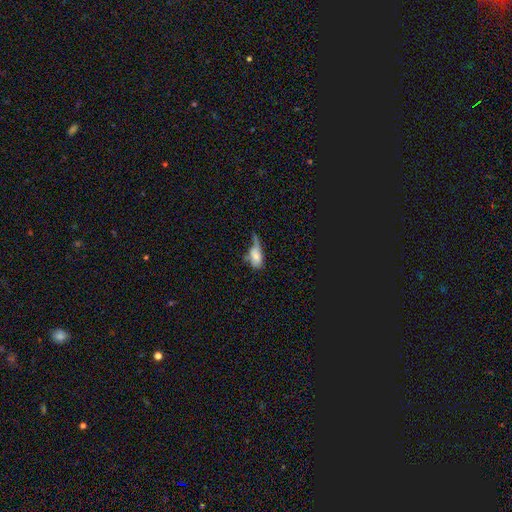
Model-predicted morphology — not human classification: Smooth or featured? smooth (63%)
How rounded? in between (81%)
Merging? major disturbance (39%)